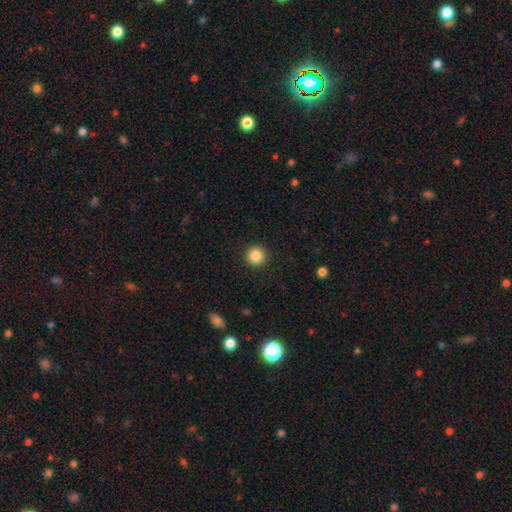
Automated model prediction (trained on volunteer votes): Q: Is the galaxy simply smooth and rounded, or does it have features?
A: smooth — 86%.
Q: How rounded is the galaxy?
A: round — 95%.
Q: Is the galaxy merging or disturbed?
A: none — 93%.